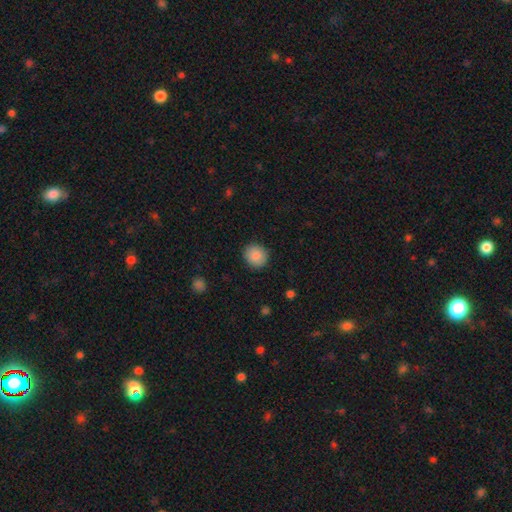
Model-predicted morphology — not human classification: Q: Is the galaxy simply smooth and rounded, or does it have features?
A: smooth — 87%.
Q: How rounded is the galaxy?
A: round — 84%.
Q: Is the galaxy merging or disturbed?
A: none — 90%.